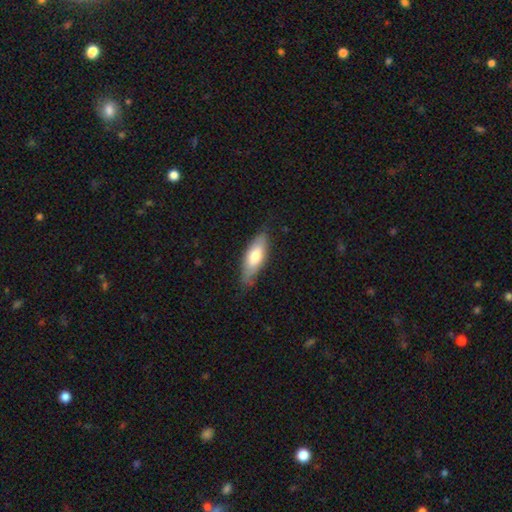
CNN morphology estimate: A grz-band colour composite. It shows a smooth galaxy with no disk features (70%) that is in between round and cigar-shaped (66%). Merging: none (72%).